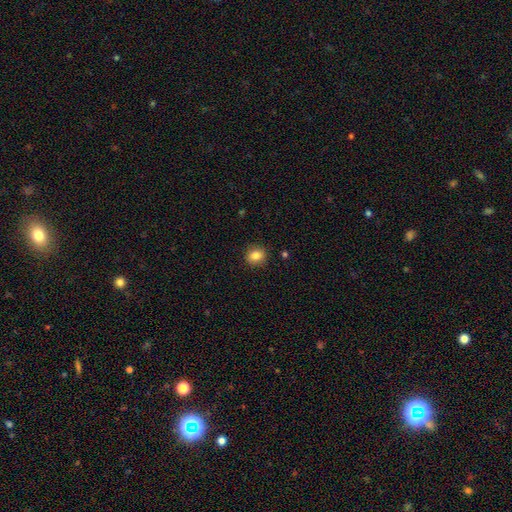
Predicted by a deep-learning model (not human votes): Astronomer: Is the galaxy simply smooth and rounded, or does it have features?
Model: smooth — 84%.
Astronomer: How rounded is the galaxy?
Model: round — 62%.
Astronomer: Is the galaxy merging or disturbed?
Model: none — 88%.